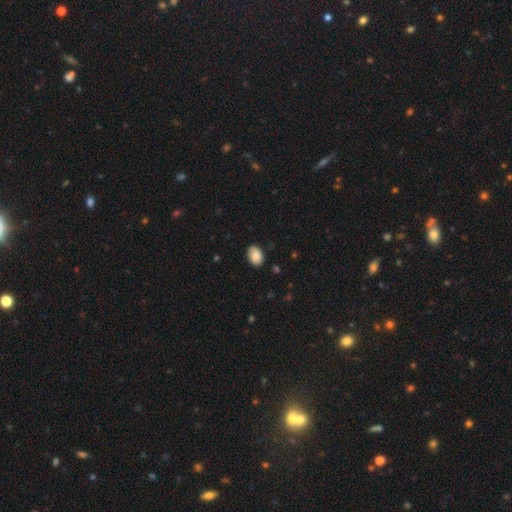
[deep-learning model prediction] A smooth galaxy with no disk features (86%) that is in between round and cigar-shaped (82%).

Vote fractions:
- Smooth or featured? smooth: 86% / star or artifact: 7% / featured or disk: 7%
- How rounded? in between: 82% / round: 17% / cigar-shaped: 1%
- Merging? none: 81% / minor disturbance: 15% / major disturbance: 3% / merger: 1%